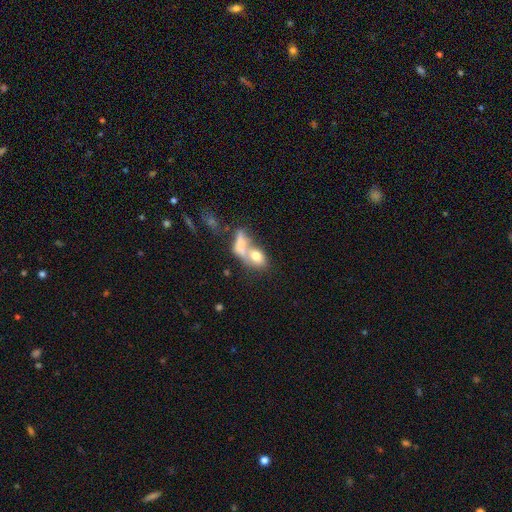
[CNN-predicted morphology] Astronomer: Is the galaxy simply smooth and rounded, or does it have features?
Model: smooth — 71%.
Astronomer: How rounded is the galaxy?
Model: in between — 76%.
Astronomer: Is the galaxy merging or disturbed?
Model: merger — 64%.